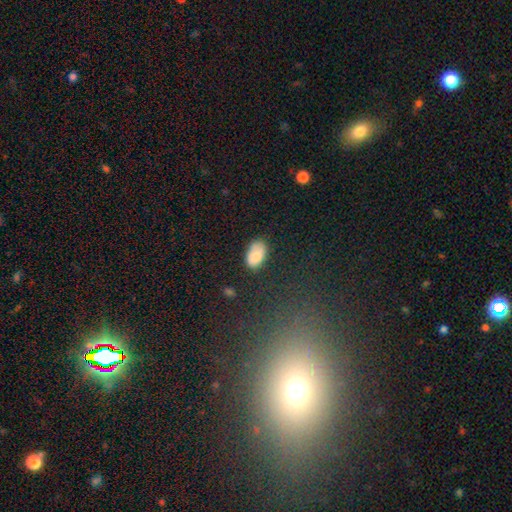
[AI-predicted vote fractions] The model was most divided on "merging": none: 73%, minor disturbance: 20%, major disturbance: 4%, merger: 2%. More confident: how rounded — in between (94%); smooth or featured — smooth (84%).